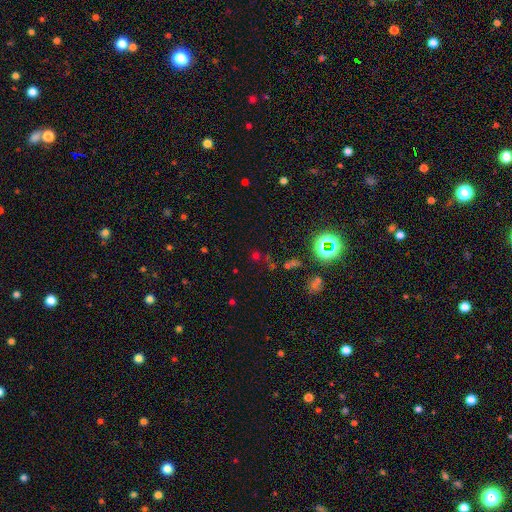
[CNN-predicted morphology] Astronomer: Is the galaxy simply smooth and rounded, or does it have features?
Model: star or artifact — 57% (runner-up: smooth, 33%).